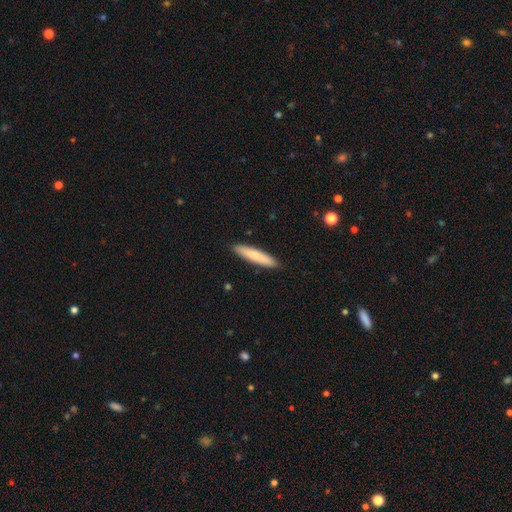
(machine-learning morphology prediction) A smooth galaxy with no disk features (76%) that is cigar-shaped (88%).

Vote fractions:
- Smooth or featured? smooth: 76% / featured or disk: 19% / star or artifact: 5%
- How rounded? cigar-shaped: 88% / in between: 11% / round: 1%
- Merging? none: 91% / minor disturbance: 7% / major disturbance: 1% / merger: 1%